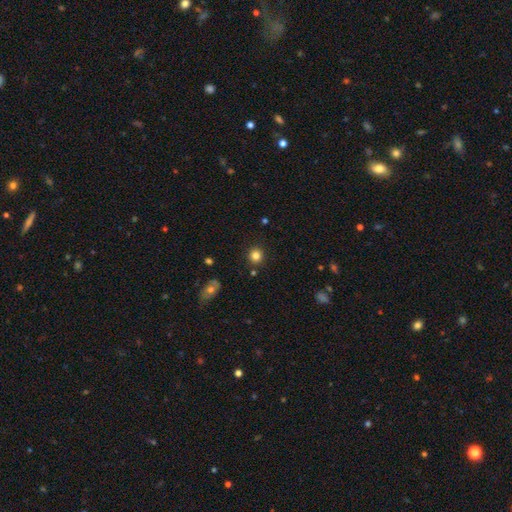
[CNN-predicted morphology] smooth 82%, star or artifact 12%, featured or disk 6%. Down the decision tree: how rounded — round (87%); merging — none (89%).